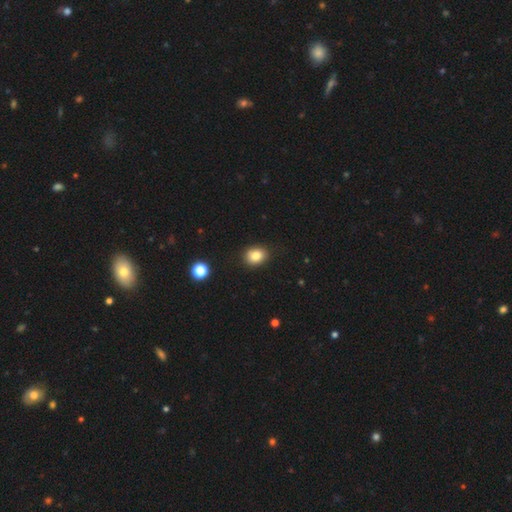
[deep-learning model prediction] This is clearly a smooth galaxy (83%). How rounded: possibly round (51%). Merging: clearly none (87%).